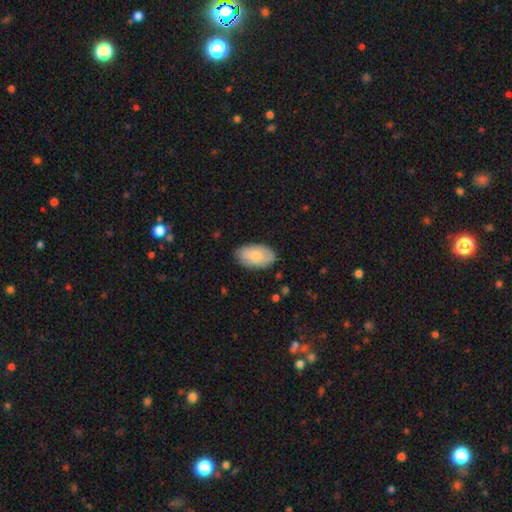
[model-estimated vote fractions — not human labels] Smooth or featured: smooth — 75% (featured or disk — 20%)
How rounded: in between — 94% (round — 4%)
Merging: none — 82% (minor disturbance — 14%)